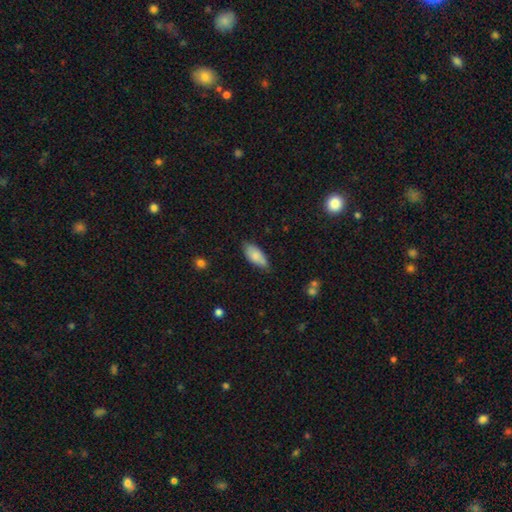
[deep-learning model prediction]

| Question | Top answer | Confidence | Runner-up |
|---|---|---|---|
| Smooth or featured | smooth | 82% | featured or disk (12%) |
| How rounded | in between | 85% | cigar-shaped (13%) |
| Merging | none | 69% | minor disturbance (26%) |